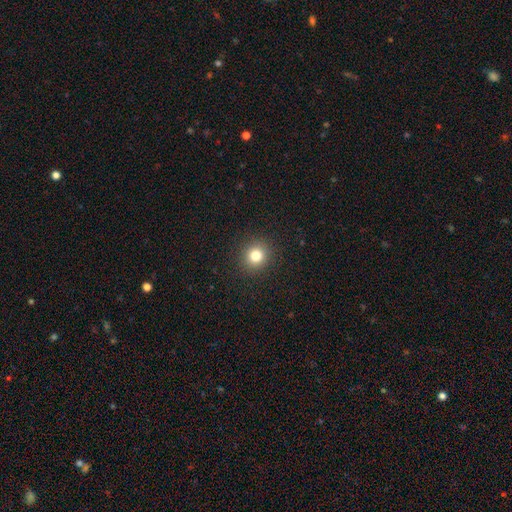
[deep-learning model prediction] smooth 82%, star or artifact 13%, featured or disk 6%. Down the decision tree: how rounded — round (90%); merging — none (91%).